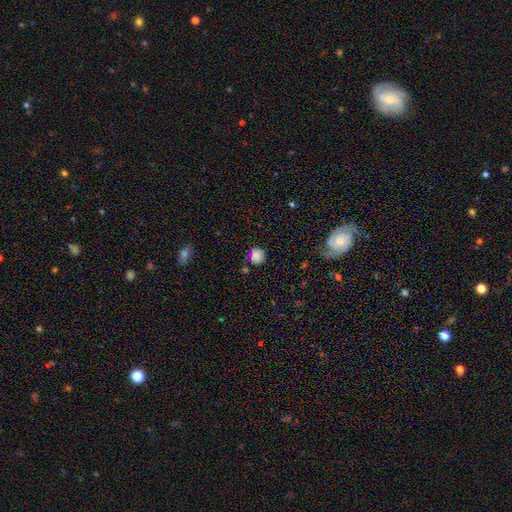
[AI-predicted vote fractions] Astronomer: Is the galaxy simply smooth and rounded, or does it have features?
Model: smooth — 80%.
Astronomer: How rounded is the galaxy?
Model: round — 85%.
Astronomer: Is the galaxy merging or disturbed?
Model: none — 71%.